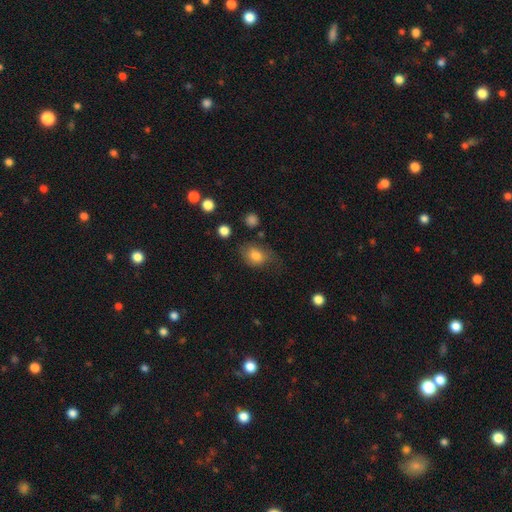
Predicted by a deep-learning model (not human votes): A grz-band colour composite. It shows a smooth galaxy with no disk features (79%) that is in between round and cigar-shaped (59%). Merging: none (55%).